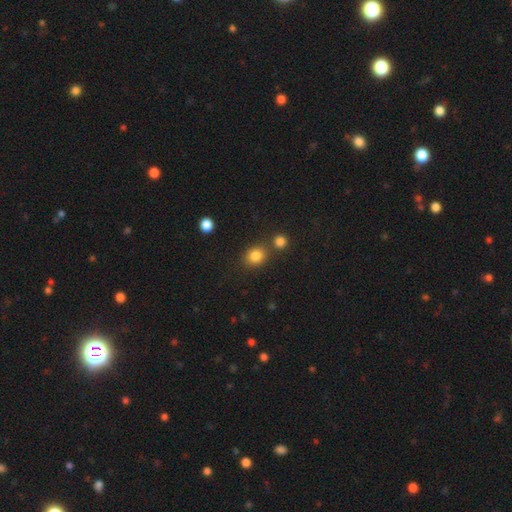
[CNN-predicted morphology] smooth_or_featured: smooth (p=0.83) [alt: star or artifact p=0.12]
how_rounded: round (p=0.68) [alt: in between p=0.31]
merging: none (p=0.69) [alt: merger p=0.17]